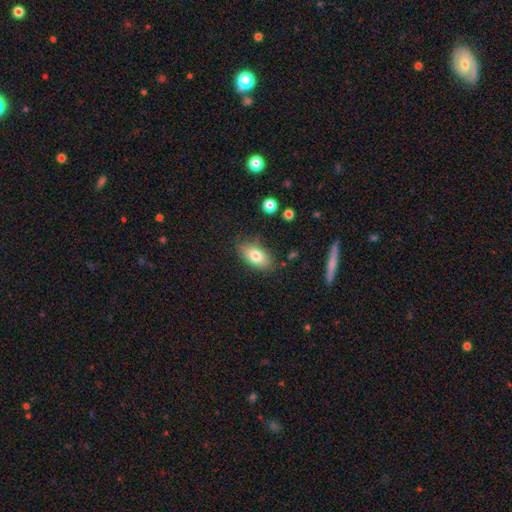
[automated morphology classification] smooth-or-featured: smooth: 78% | featured or disk: 13% | star or artifact: 8%
  how-rounded: in between: 89% | round: 7% | cigar-shaped: 4%
  merging: none: 79% | minor disturbance: 15% | major disturbance: 3% | merger: 2%